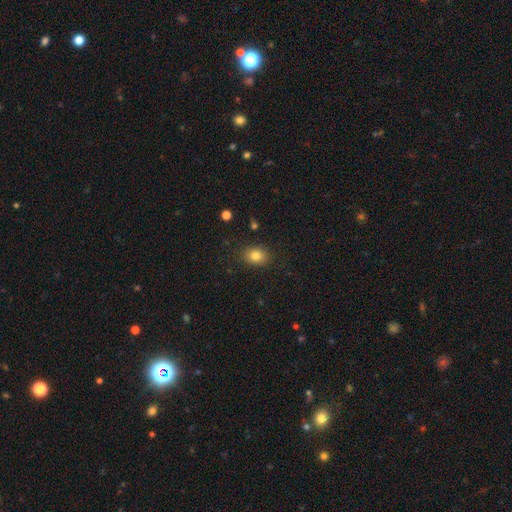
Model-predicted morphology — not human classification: Overall: smooth (82%). How rounded: in between (58%; round 41%). Merging: none (86%).